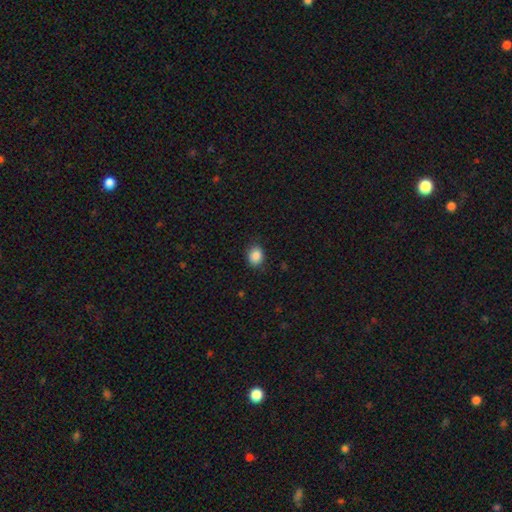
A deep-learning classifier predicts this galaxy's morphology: smooth_or_featured: smooth (p=0.88) [alt: star or artifact p=0.09]
how_rounded: round (p=0.50) [alt: in between p=0.49]
merging: none (p=0.85) [alt: minor disturbance p=0.12]